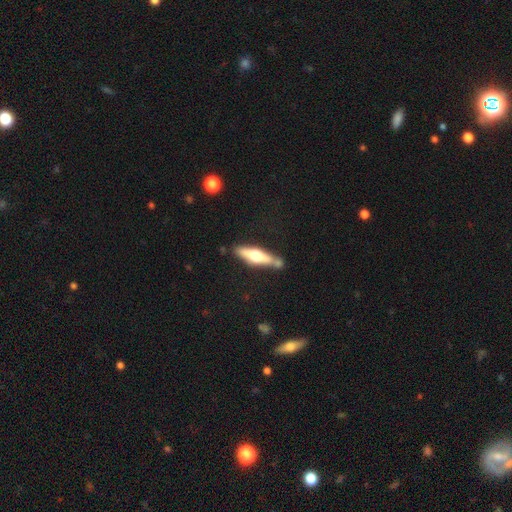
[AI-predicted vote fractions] Smooth or featured?
  - featured or disk: 57% *
  - smooth: 38%
  - star or artifact: 5%
Edge-on disk?
  - yes: 92% *
  - no: 8%
Edge-on bulge?
  - rounded: 91% *
  - boxy: 5%
  - none: 3%
Merging?
  - none: 67% *
  - minor disturbance: 16%
  - merger: 13%
  - major disturbance: 4%